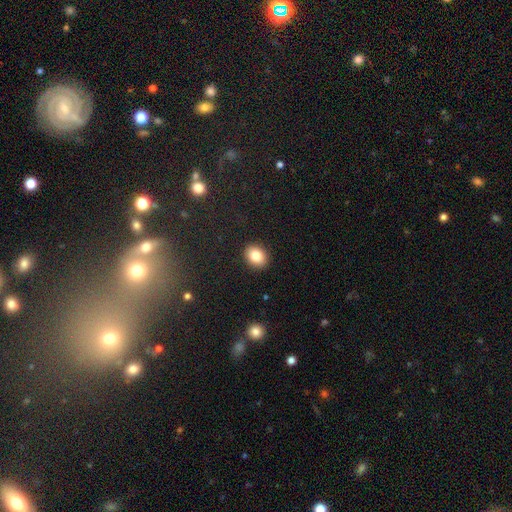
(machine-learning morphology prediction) type=smooth (84%); roundness=in between (55%); merging=none (90%).